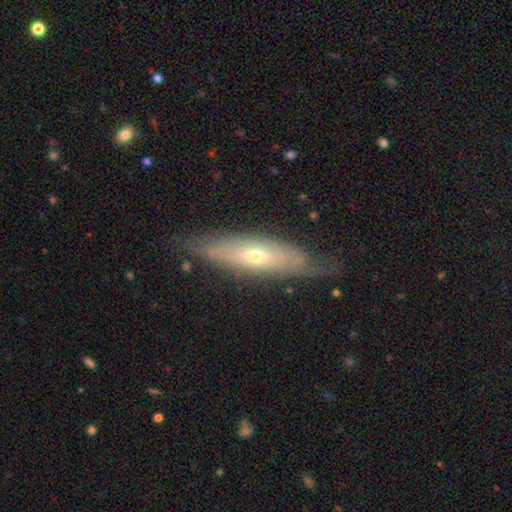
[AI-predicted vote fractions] smooth-or-featured: featured or disk: 60% | smooth: 33% | star or artifact: 7%
  disk-edge-on: yes: 55% | no: 45%
  merging: none: 72% | minor disturbance: 21% | major disturbance: 6% | merger: 1%